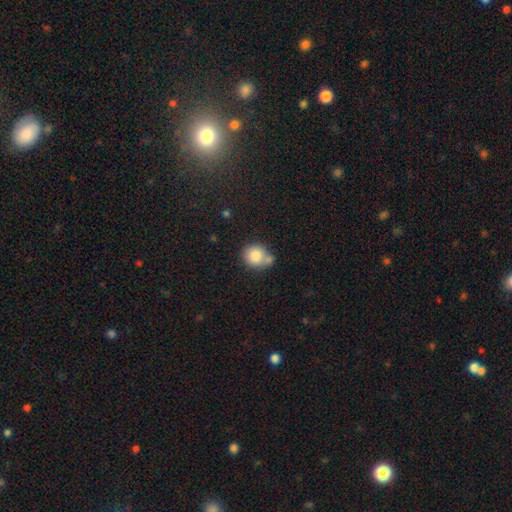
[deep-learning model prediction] Smooth or featured?
  - smooth: 83% *
  - star or artifact: 9%
  - featured or disk: 8%
How rounded?
  - round: 81% *
  - in between: 18%
  - cigar-shaped: 1%
Merging?
  - none: 47% *
  - merger: 31%
  - minor disturbance: 17%
  - major disturbance: 5%